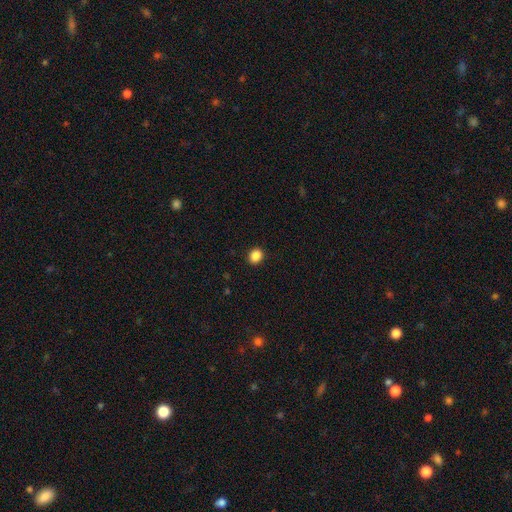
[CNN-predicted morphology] smooth-or-featured: smooth: 88% | star or artifact: 10% | featured or disk: 3%
  how-rounded: round: 65% | in between: 34% | cigar-shaped: 1%
  merging: none: 91% | minor disturbance: 6% | major disturbance: 2% | merger: 1%